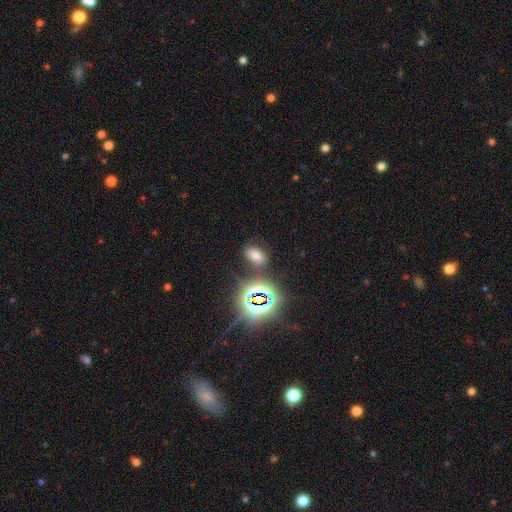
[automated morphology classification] Smooth or featured? Predicted: smooth (p=0.52). How rounded? Predicted: in between (p=0.84). Merging? Predicted: none (p=0.72).